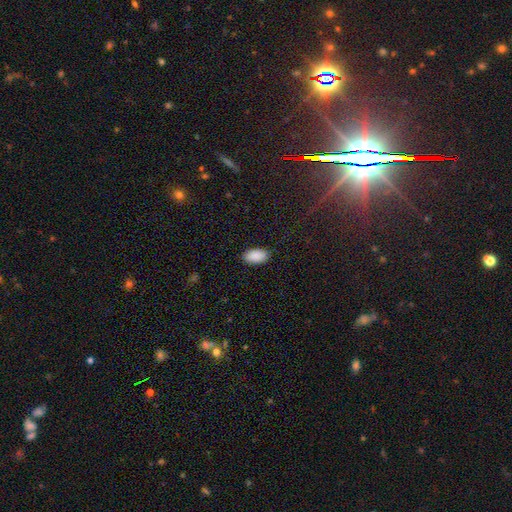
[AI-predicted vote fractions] A smooth galaxy with no disk features (90%) that is in between round and cigar-shaped (95%). Merging: none (88%).